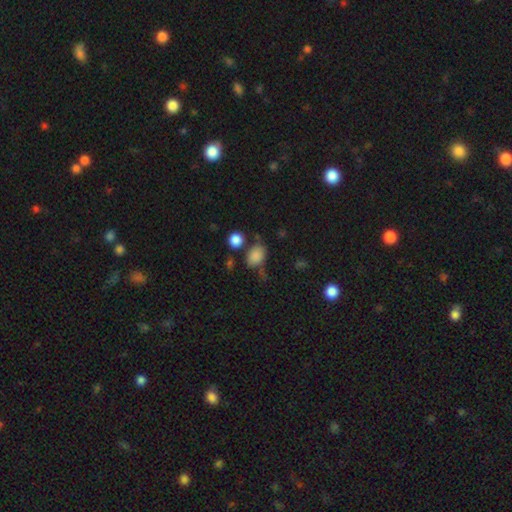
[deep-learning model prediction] Q: Smooth or featured?
A: smooth (84%); runner-up: star or artifact (11%)
Q: How rounded?
A: in between (72%); runner-up: round (26%)
Q: Merging?
A: none (60%); runner-up: minor disturbance (20%)